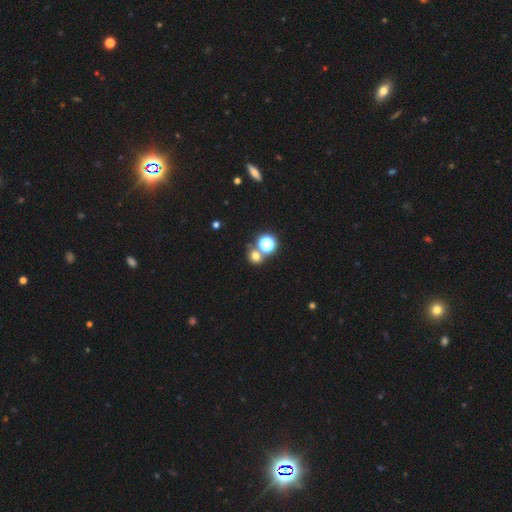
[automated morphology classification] This appears to be a smooth galaxy with no disk features (66%) that is round (77%). Merging: none (63%).